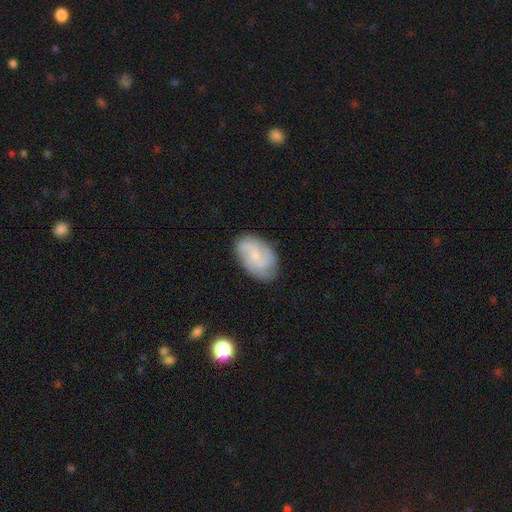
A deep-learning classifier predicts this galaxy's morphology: featured or disk 60%, smooth 33%, star or artifact 7%. Down the decision tree: edge-on disk — no (97%); bar — no (54%); spiral arms — yes (91%); spiral arm count — 2 (45%); spiral winding — medium (44%); bulge size — small (59%); merging — none (77%).